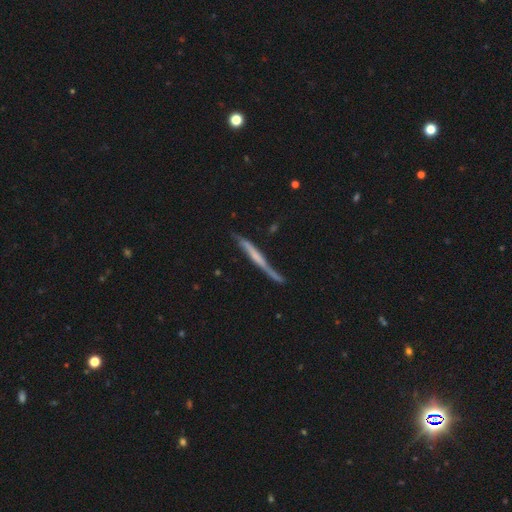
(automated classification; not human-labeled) Overall: featured or disk (60%; smooth 34%). Edge-on disk: yes (87%). Edge-on bulge: none (66%). Merging: none (60%; minor disturbance 27%).